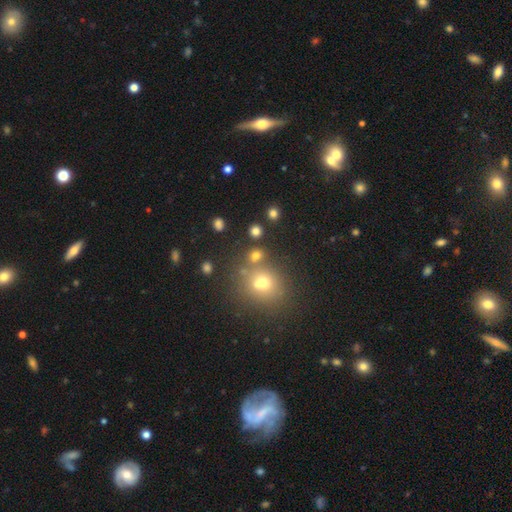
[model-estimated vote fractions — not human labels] Overall: smooth (69%). How rounded: round (78%). Merging: none (64%).